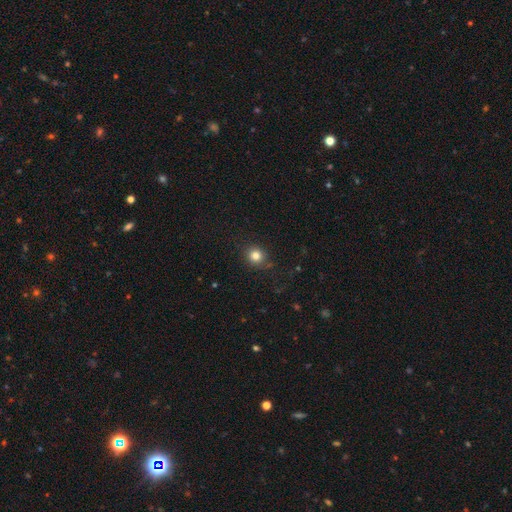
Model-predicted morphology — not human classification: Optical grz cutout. It shows a smooth galaxy with no disk features (82%) that is round (84%). Merging: none (84%).